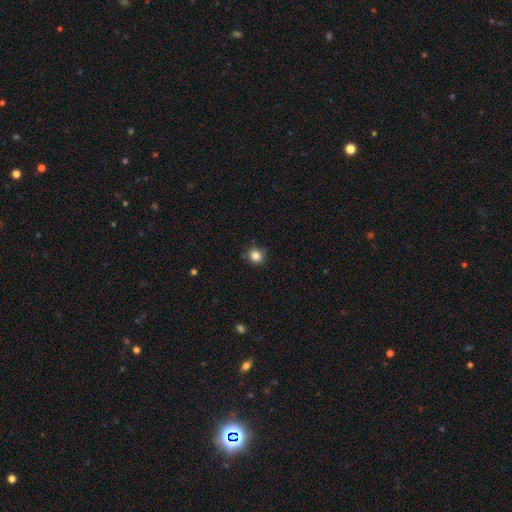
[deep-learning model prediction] smooth 84%, star or artifact 11%, featured or disk 5%. Down the decision tree: how rounded — round (88%); merging — none (81%).